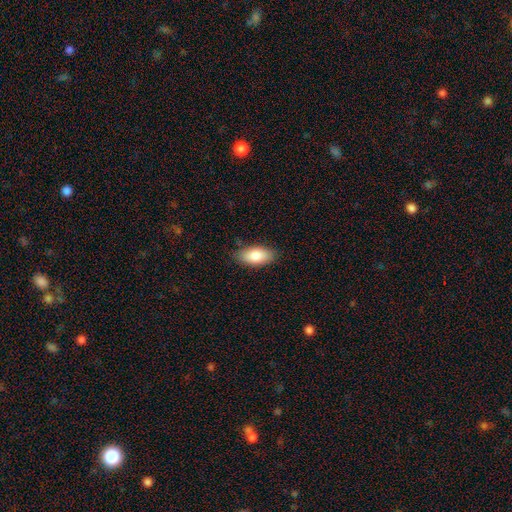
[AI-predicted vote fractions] A smooth galaxy with no disk features (82%) that is in between round and cigar-shaped (92%).

Vote fractions:
- Smooth or featured? smooth: 82% / featured or disk: 11% / star or artifact: 7%
- How rounded? in between: 92% / cigar-shaped: 5% / round: 3%
- Merging? none: 84% / minor disturbance: 12% / major disturbance: 2% / merger: 1%